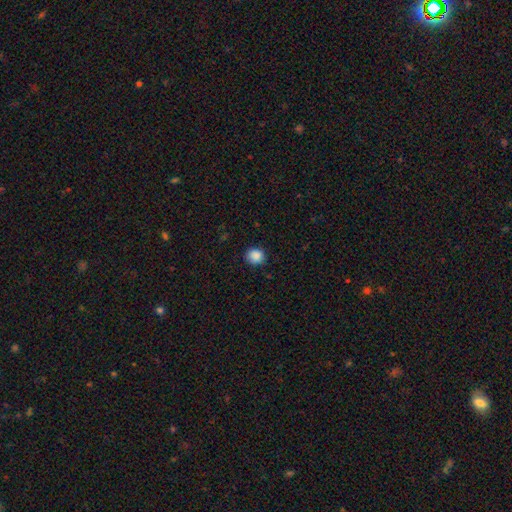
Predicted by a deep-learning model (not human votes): The model was most divided on "how rounded": round: 82%, in between: 17%, cigar-shaped: 1%. More confident: smooth or featured — smooth (88%); merging — none (85%).